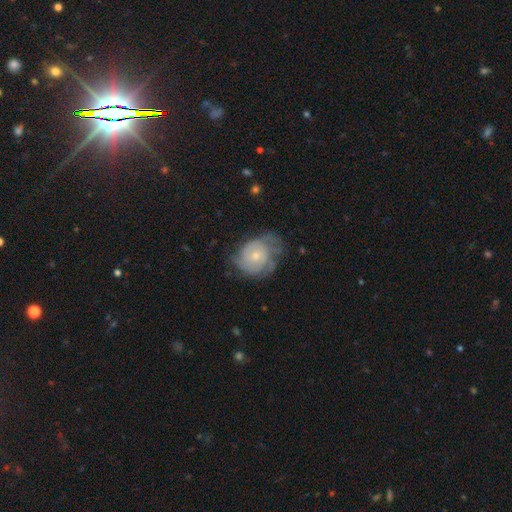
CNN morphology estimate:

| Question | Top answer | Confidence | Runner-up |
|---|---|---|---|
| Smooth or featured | featured or disk | 68% | smooth (25%) |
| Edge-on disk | no | 97% | yes (3%) |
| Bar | no | 80% | weak (17%) |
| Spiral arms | yes | 86% | no (14%) |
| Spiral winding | tight | 55% | medium (33%) |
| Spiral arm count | can't tell | 39% | 2 (25%) |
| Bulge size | small | 61% | moderate (33%) |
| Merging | none | 53% | minor disturbance (28%) |